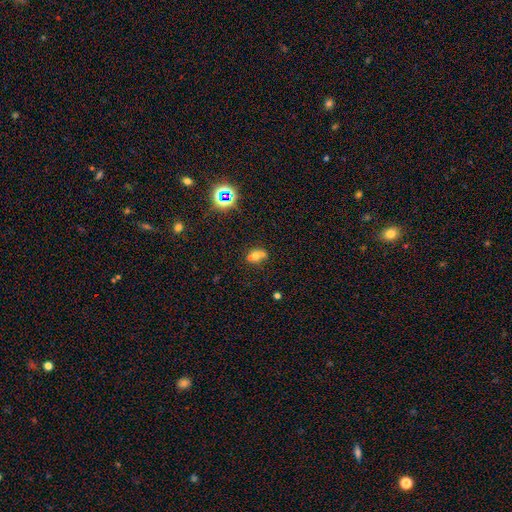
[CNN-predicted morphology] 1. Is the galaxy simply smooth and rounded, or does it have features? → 56% smooth, 23% featured or disk, 21% star or artifact.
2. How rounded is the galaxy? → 56% round, 42% in between, 2% cigar-shaped.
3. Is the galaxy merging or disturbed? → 53% merger, 33% none, 9% minor disturbance, 4% major disturbance.